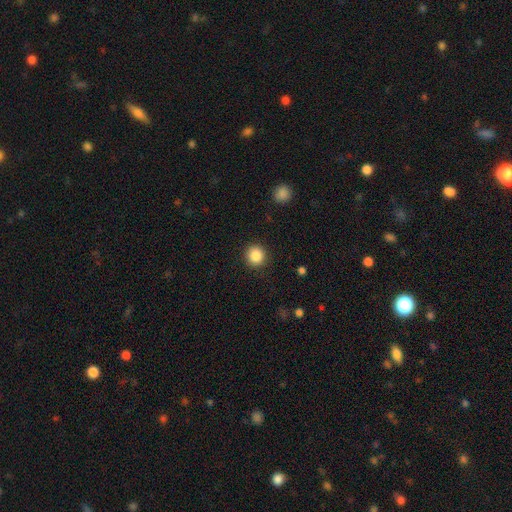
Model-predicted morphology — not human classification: smooth_or_featured: smooth (p=0.87) [alt: star or artifact p=0.10]
how_rounded: round (p=0.93) [alt: in between p=0.06]
merging: none (p=0.91) [alt: minor disturbance p=0.06]